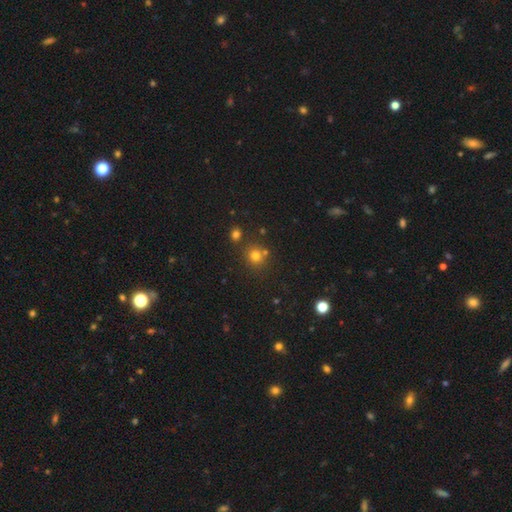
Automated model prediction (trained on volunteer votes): Smooth or featured? Predicted: smooth (p=0.74). How rounded? Predicted: round (p=0.88). Merging? Predicted: none (p=0.73).